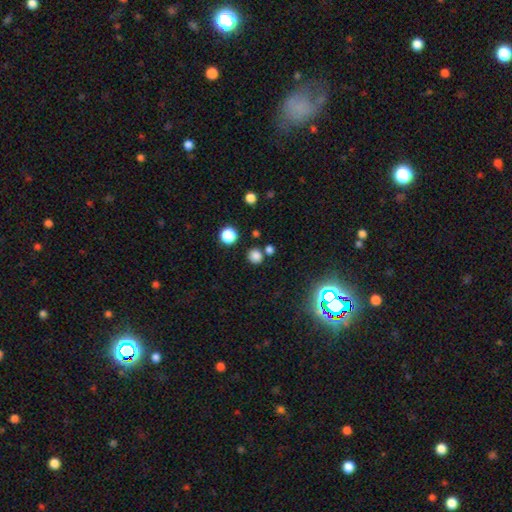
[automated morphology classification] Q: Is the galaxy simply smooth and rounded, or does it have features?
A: smooth — 76%.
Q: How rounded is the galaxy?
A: round — 88%.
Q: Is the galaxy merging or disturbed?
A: none — 77%.